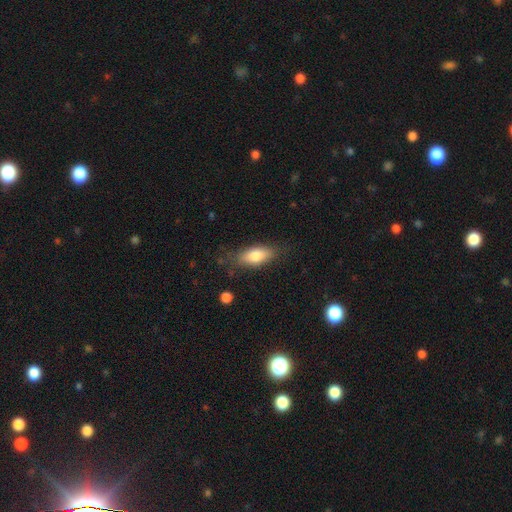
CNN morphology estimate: Smooth or featured?
  - smooth: 76% *
  - featured or disk: 17%
  - star or artifact: 7%
How rounded?
  - in between: 79% *
  - cigar-shaped: 18%
  - round: 4%
Merging?
  - none: 77% *
  - minor disturbance: 16%
  - major disturbance: 5%
  - merger: 2%